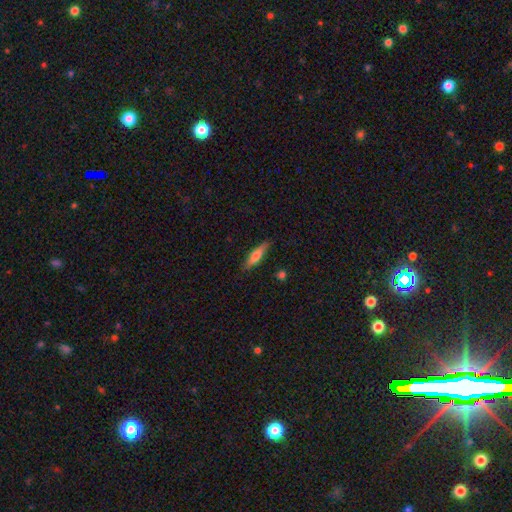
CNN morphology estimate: Smooth or featured?
  - smooth: 64% *
  - featured or disk: 30%
  - star or artifact: 6%
How rounded?
  - cigar-shaped: 74% *
  - in between: 24%
  - round: 2%
Merging?
  - none: 85% *
  - minor disturbance: 11%
  - major disturbance: 2%
  - merger: 1%